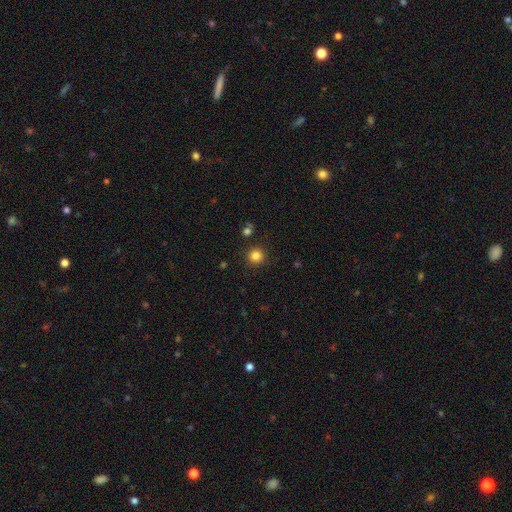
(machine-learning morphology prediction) Smooth or featured? smooth (83%)
How rounded? round (94%)
Merging? none (90%)